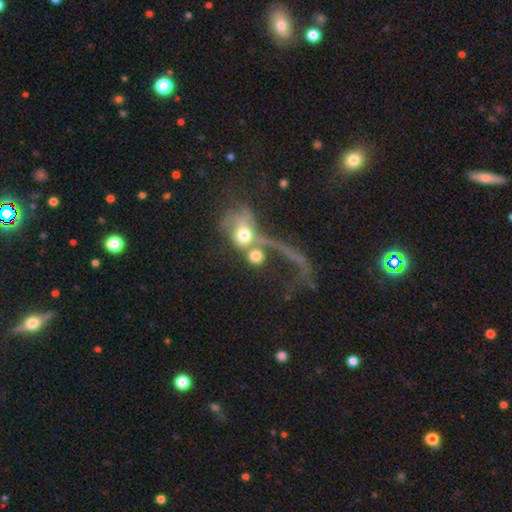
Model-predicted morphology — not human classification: Smooth or featured? smooth (52%)
How rounded? round (68%)
Merging? merger (56%)